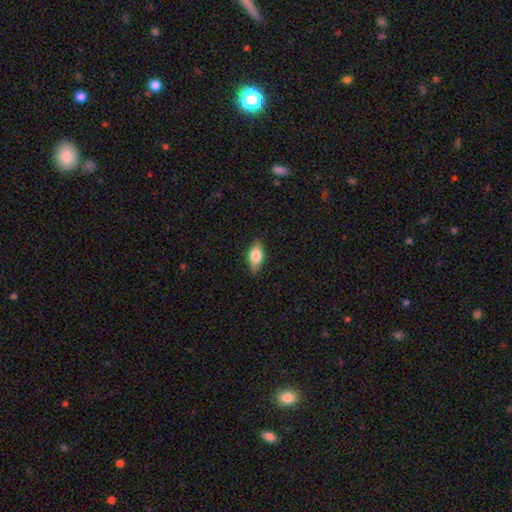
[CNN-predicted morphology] smooth_or_featured: smooth (p=0.71) [alt: featured or disk p=0.22]
how_rounded: in between (p=0.84) [alt: cigar-shaped p=0.11]
merging: none (p=0.82) [alt: minor disturbance p=0.15]